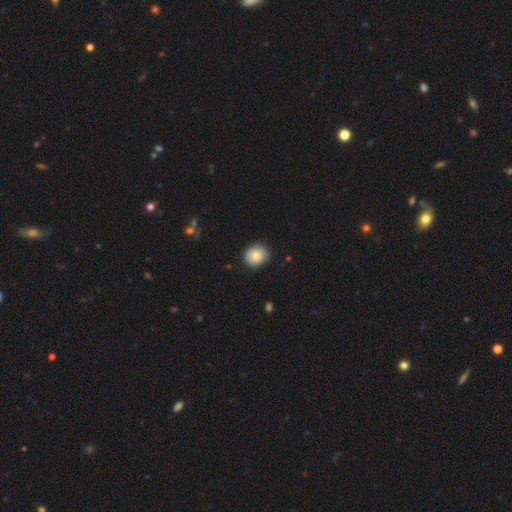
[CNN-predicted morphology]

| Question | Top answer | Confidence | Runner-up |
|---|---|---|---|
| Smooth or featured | smooth | 83% | featured or disk (8%) |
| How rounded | round | 76% | in between (23%) |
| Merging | none | 87% | minor disturbance (10%) |